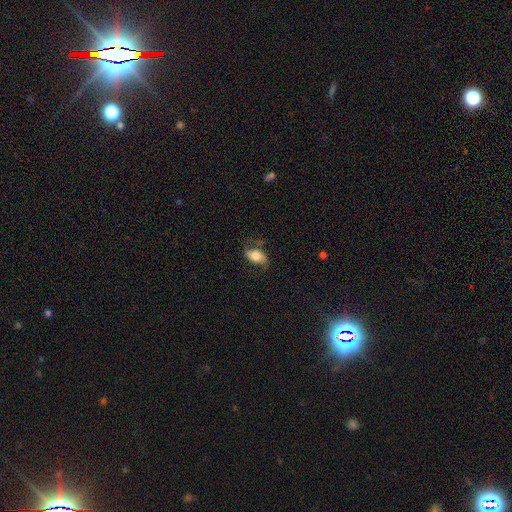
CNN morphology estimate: Smooth or featured? smooth (51%)
How rounded? in between (88%)
Merging? none (61%)